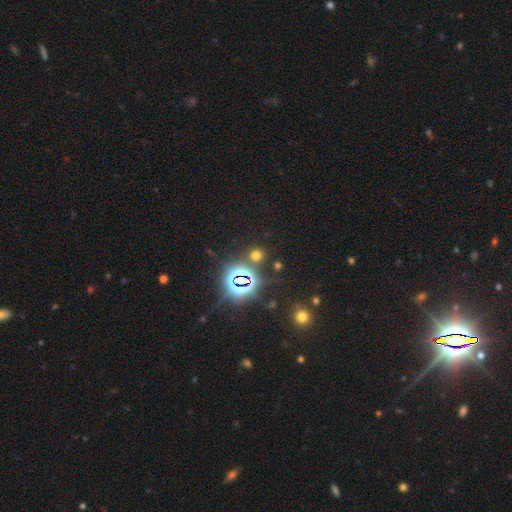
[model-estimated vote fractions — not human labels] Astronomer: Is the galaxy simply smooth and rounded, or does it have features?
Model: smooth — 50% (runner-up: star or artifact, 44%).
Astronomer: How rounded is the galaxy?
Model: round — 83%.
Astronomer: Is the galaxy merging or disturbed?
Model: none — 82%.